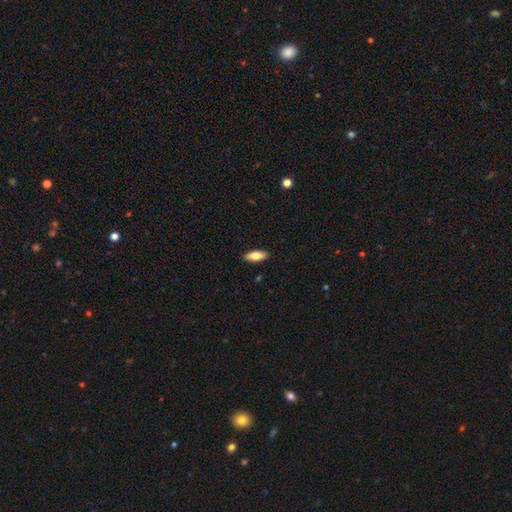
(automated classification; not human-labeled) Smooth or featured: smooth — 76% (featured or disk — 18%)
How rounded: in between — 75% (cigar-shaped — 23%)
Merging: none — 90% (minor disturbance — 8%)